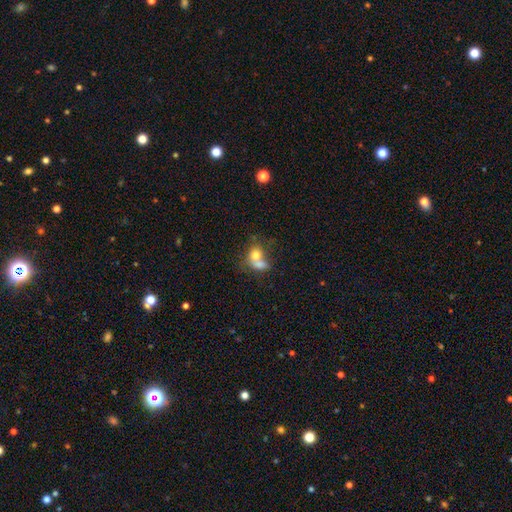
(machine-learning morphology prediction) A smooth galaxy with no disk features (71%) that is round (54%).

Vote fractions:
- Smooth or featured? smooth: 71% / featured or disk: 20% / star or artifact: 10%
- How rounded? round: 54% / in between: 44% / cigar-shaped: 2%
- Merging? merger: 65% / none: 20% / minor disturbance: 8% / major disturbance: 7%